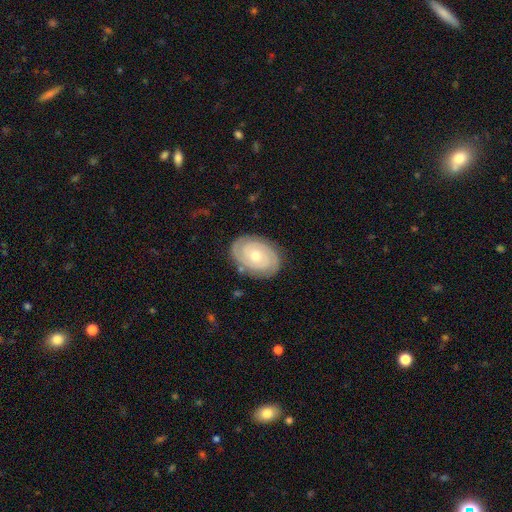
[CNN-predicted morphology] type=featured or disk (84%); edge-on=no (97%); bar=no (74%); spiral arms=yes (95%); winding=tight (81%); arm count=2 (66%); bulge=moderate (53%); merging=none (85%).